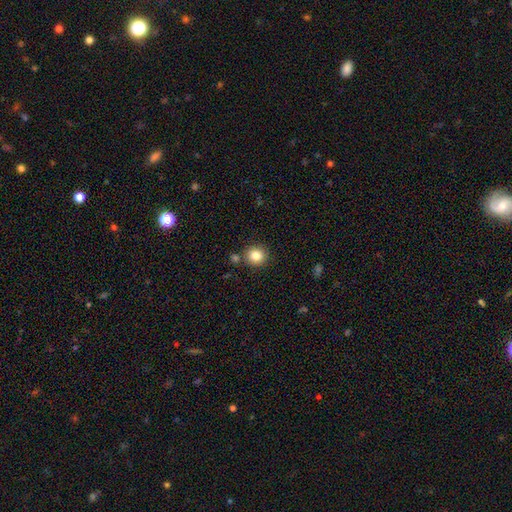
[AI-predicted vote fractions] Smooth or featured?
  - smooth: 83% *
  - star or artifact: 11%
  - featured or disk: 6%
How rounded?
  - round: 90% *
  - in between: 9%
  - cigar-shaped: 1%
Merging?
  - none: 83% *
  - minor disturbance: 8%
  - merger: 7%
  - major disturbance: 2%